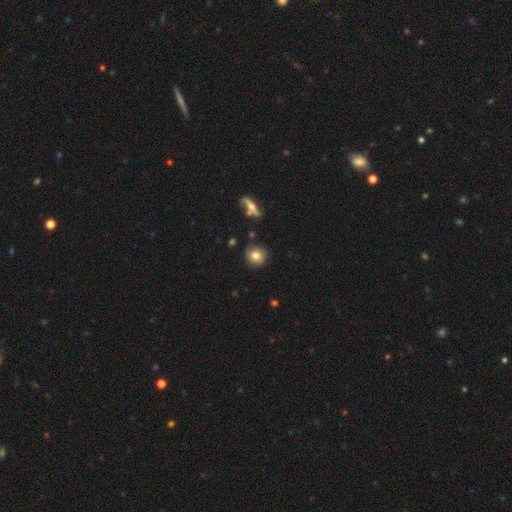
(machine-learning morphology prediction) smooth-or-featured: smooth: 65% | featured or disk: 25% | star or artifact: 10%
  how-rounded: round: 90% | in between: 9% | cigar-shaped: 1%
  merging: none: 75% | minor disturbance: 17% | major disturbance: 5% | merger: 4%